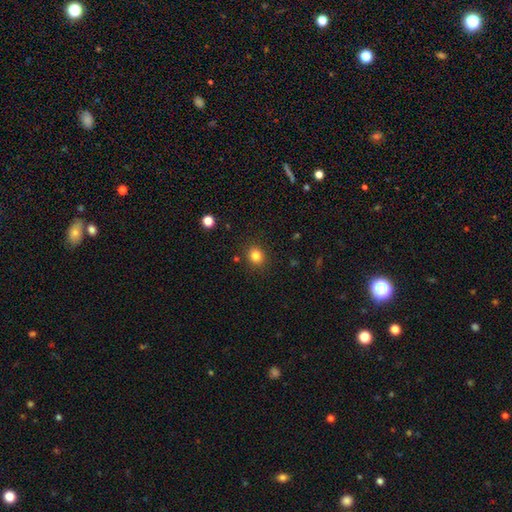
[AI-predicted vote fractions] Smooth or featured: smooth — 83% (star or artifact — 12%)
How rounded: round — 77% (in between — 22%)
Merging: none — 88% (minor disturbance — 8%)